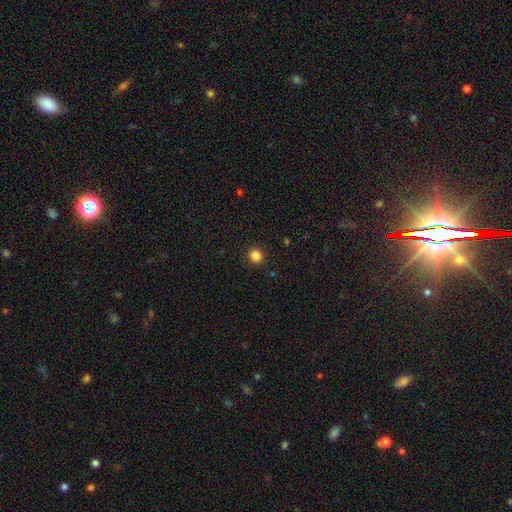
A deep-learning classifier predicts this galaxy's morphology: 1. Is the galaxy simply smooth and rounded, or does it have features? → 85% smooth, 12% star or artifact, 3% featured or disk.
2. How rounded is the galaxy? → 89% round, 10% in between, 1% cigar-shaped.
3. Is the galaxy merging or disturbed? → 92% none, 5% minor disturbance, 2% major disturbance, 1% merger.